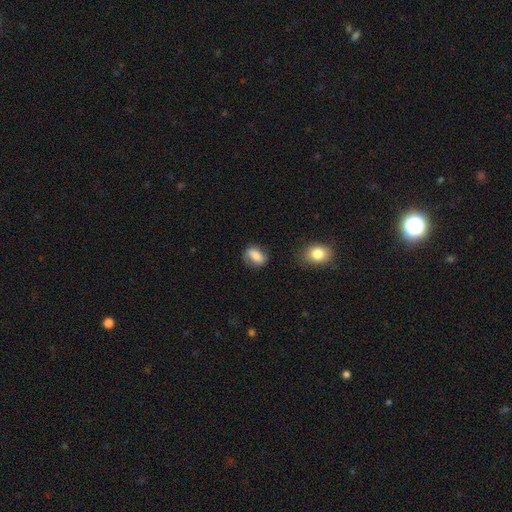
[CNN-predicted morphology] Q: Smooth or featured?
A: smooth (76%); runner-up: featured or disk (16%)
Q: How rounded?
A: in between (77%); runner-up: round (18%)
Q: Merging?
A: none (67%); runner-up: minor disturbance (23%)